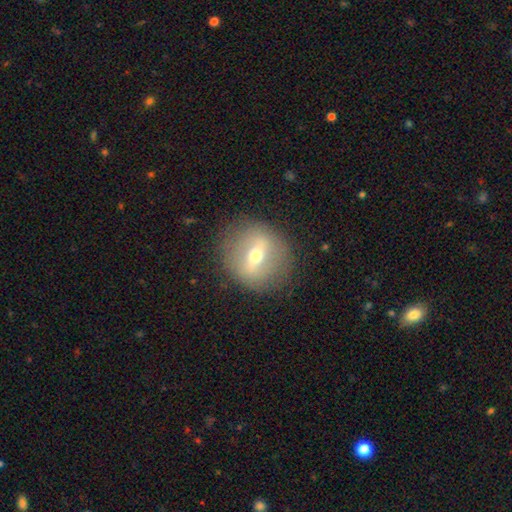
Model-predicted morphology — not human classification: Q: Smooth or featured?
A: featured or disk (62%); runner-up: smooth (30%)
Q: Edge-on disk?
A: no (76%); runner-up: yes (24%)
Q: Merging?
A: none (85%); runner-up: minor disturbance (9%)